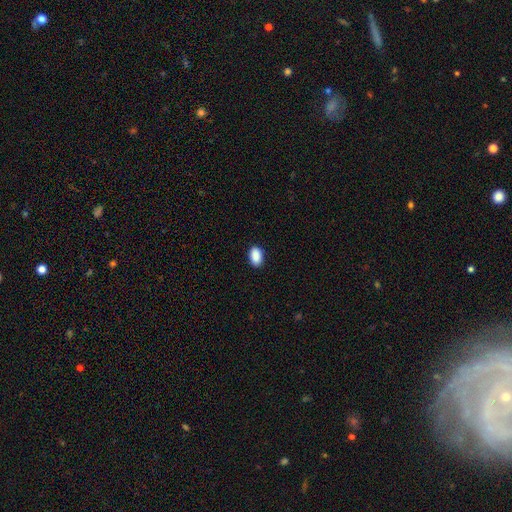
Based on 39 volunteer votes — Morphology: type=smooth (92%); roundness=in between (100%); merging=none (95%).